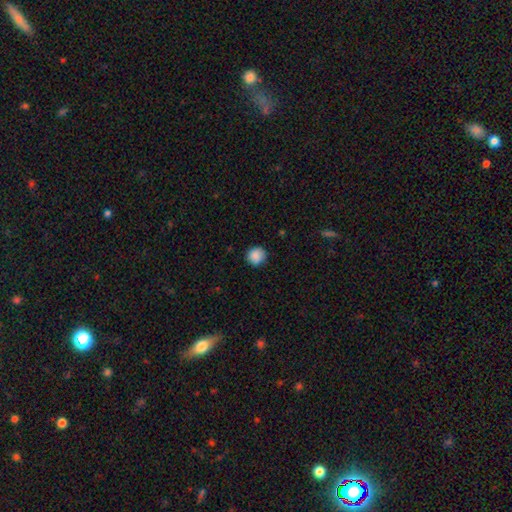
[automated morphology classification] smooth_or_featured: smooth (p=0.88) [alt: star or artifact p=0.09]
how_rounded: round (p=0.91) [alt: in between p=0.09]
merging: none (p=0.86) [alt: minor disturbance p=0.11]